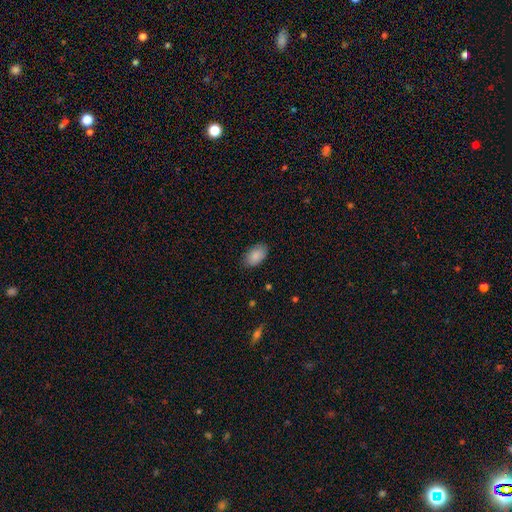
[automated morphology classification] A smooth galaxy with no disk features (88%) that is in between round and cigar-shaped (94%).

Vote fractions:
- Smooth or featured? smooth: 88% / star or artifact: 7% / featured or disk: 5%
- How rounded? in between: 94% / round: 5% / cigar-shaped: 1%
- Merging? none: 85% / minor disturbance: 12% / major disturbance: 2% / merger: 1%